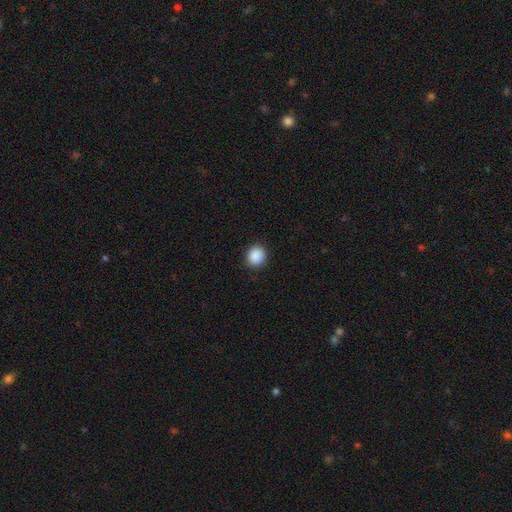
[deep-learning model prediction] smooth_or_featured: smooth (p=0.90) [alt: star or artifact p=0.08]
how_rounded: round (p=0.85) [alt: in between p=0.15]
merging: none (p=0.91) [alt: minor disturbance p=0.06]